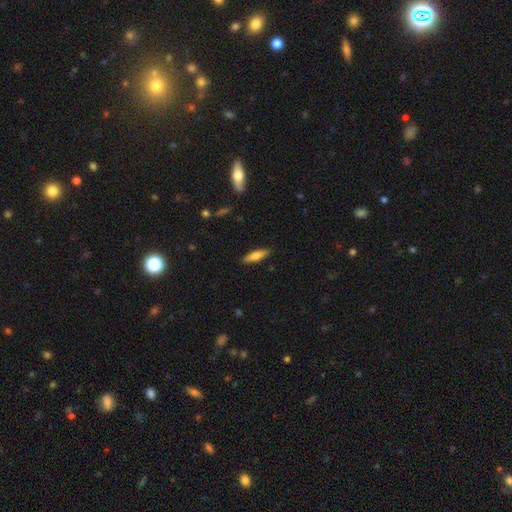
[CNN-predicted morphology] Smooth or featured? Predicted: smooth (p=0.69). How rounded? Predicted: cigar-shaped (p=0.67). Merging? Predicted: none (p=0.88).